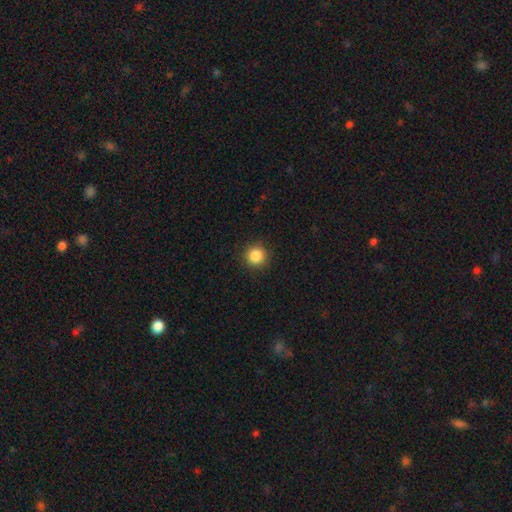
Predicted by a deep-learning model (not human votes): Overall: smooth (86%). How rounded: round (95%). Merging: none (92%).